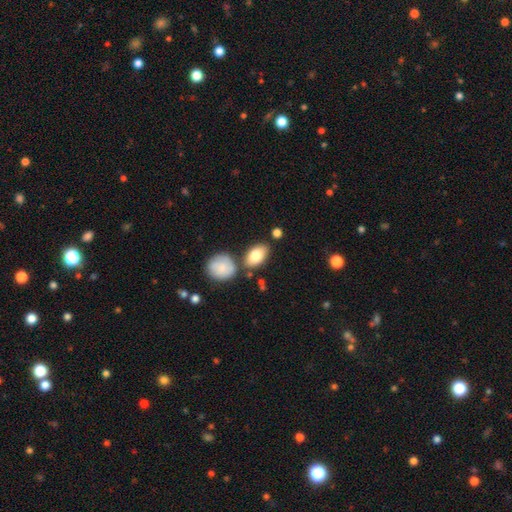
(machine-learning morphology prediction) smooth 80%, featured or disk 13%, star or artifact 7%. Down the decision tree: how rounded — in between (89%); merging — none (72%).